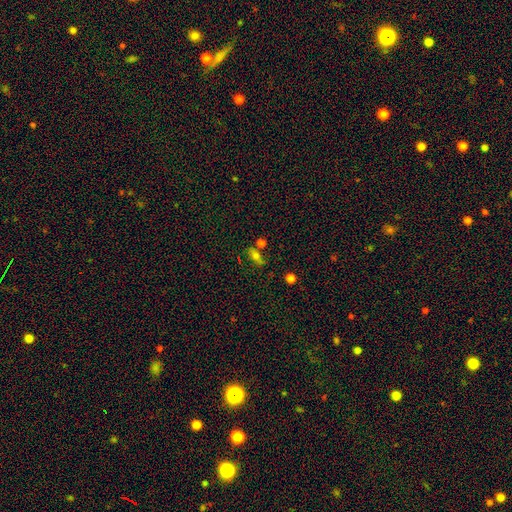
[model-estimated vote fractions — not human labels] This appears to be a smooth galaxy with no disk features (62%) that is in between round and cigar-shaped (67%). Merging: none (54%).